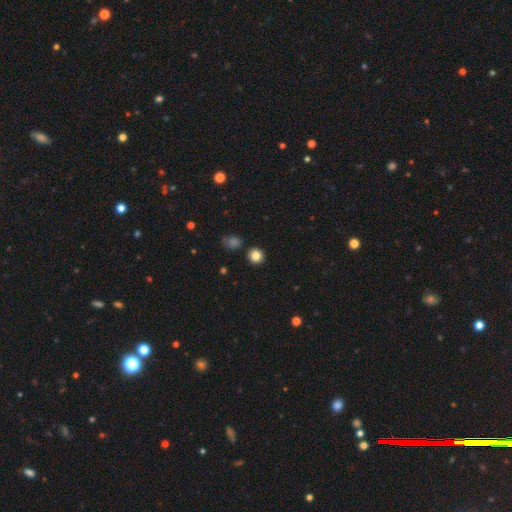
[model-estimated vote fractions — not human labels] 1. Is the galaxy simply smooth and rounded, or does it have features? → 84% smooth, 11% star or artifact, 5% featured or disk.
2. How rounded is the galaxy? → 93% round, 7% in between, 1% cigar-shaped.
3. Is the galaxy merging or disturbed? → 89% none, 6% minor disturbance, 3% merger, 2% major disturbance.